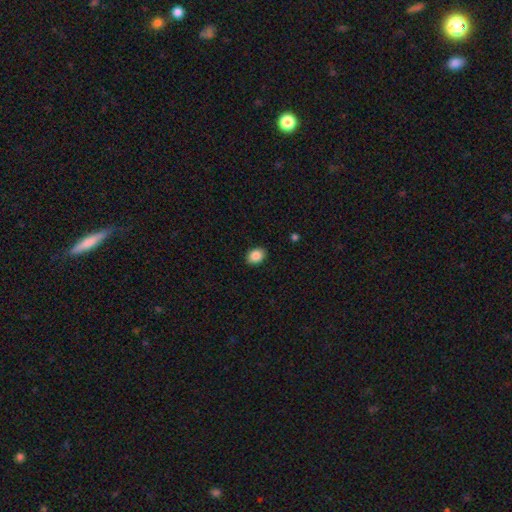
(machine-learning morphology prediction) The model was most divided on "how rounded": in between: 67%, round: 32%, cigar-shaped: 1%. More confident: merging — none (90%); smooth or featured — smooth (88%).